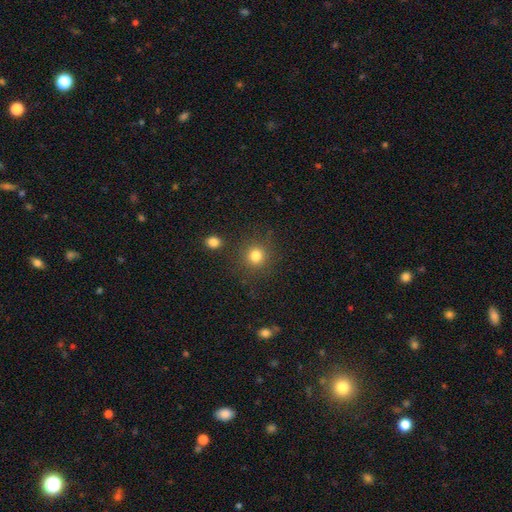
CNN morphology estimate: This appears to be a smooth galaxy with no disk features (81%) that is round (91%). Merging: none (85%).